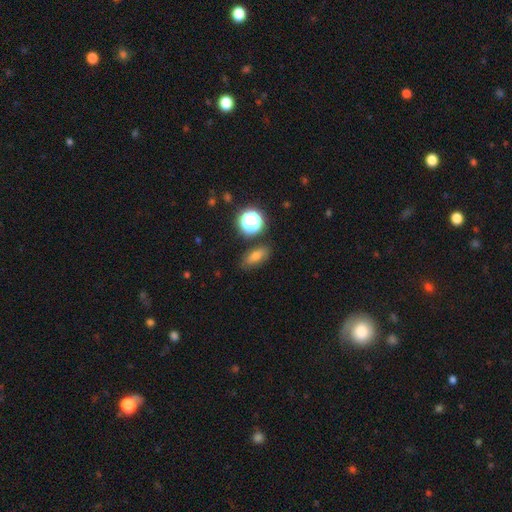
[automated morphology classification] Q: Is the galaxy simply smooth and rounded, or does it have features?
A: smooth — 67%.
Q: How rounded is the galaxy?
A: in between — 68%.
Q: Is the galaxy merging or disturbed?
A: none — 81%.